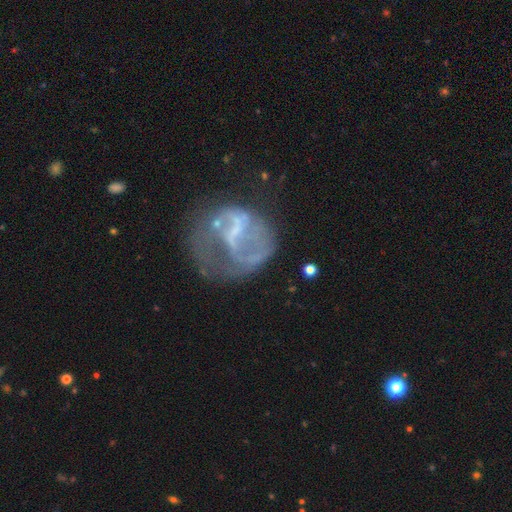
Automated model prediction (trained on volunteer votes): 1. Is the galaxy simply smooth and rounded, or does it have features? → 67% featured or disk, 21% smooth, 12% star or artifact.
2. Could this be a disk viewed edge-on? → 98% no, 2% yes.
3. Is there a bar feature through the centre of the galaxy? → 48% no, 35% weak, 17% strong.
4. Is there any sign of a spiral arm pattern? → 58% no, 42% yes.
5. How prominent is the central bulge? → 54% none, 31% small, 12% moderate, 2% large, 1% dominant.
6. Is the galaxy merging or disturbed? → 42% major disturbance, 34% none, 18% minor disturbance, 6% merger.